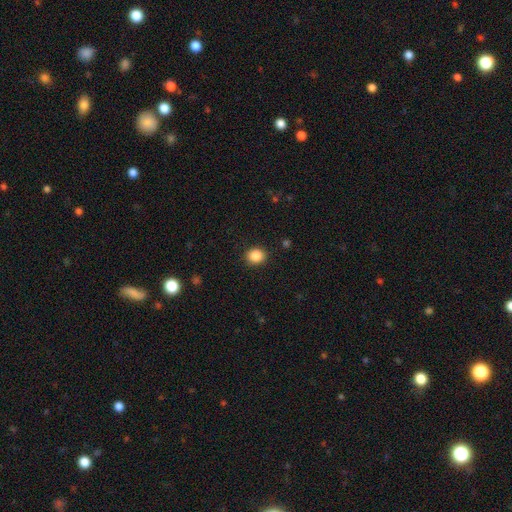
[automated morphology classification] Smooth or featured? Predicted: smooth (p=0.87). How rounded? Predicted: round (p=0.75). Merging? Predicted: none (p=0.90).